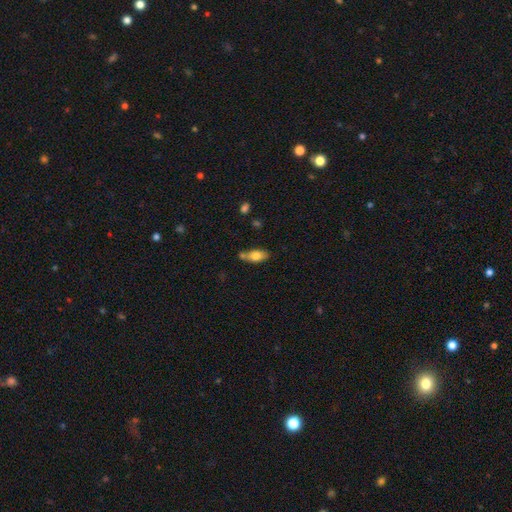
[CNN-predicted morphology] Overall: smooth (74%). How rounded: in between (84%). Merging: none (55%; merger 20%).